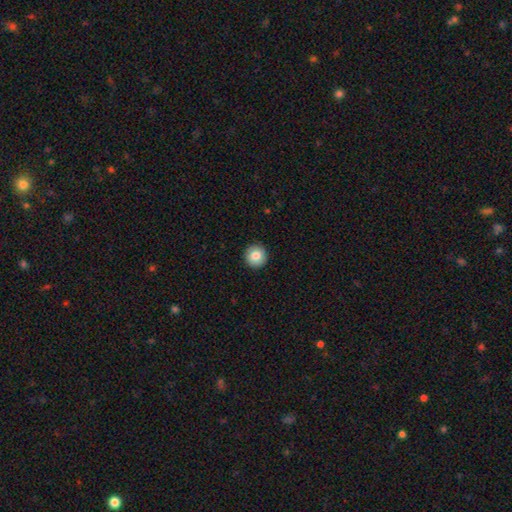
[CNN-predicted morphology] Smooth or featured: smooth — 83% (featured or disk — 9%)
How rounded: round — 95% (in between — 4%)
Merging: none — 92% (minor disturbance — 6%)